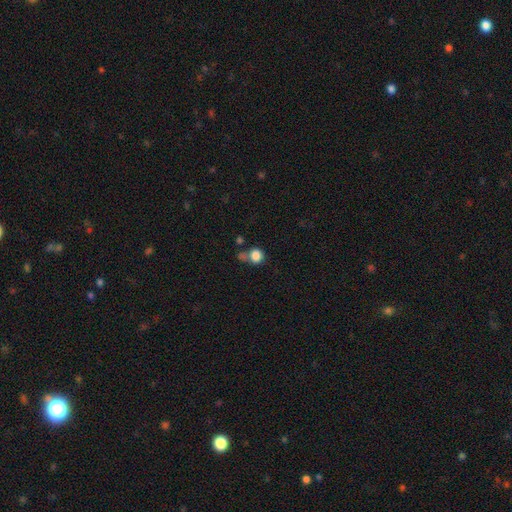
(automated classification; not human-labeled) A smooth galaxy with no disk features (83%) that is round (72%).

Vote fractions:
- Smooth or featured? smooth: 83% / star or artifact: 10% / featured or disk: 7%
- How rounded? round: 72% / in between: 27% / cigar-shaped: 1%
- Merging? none: 47% / merger: 28% / minor disturbance: 16% / major disturbance: 9%